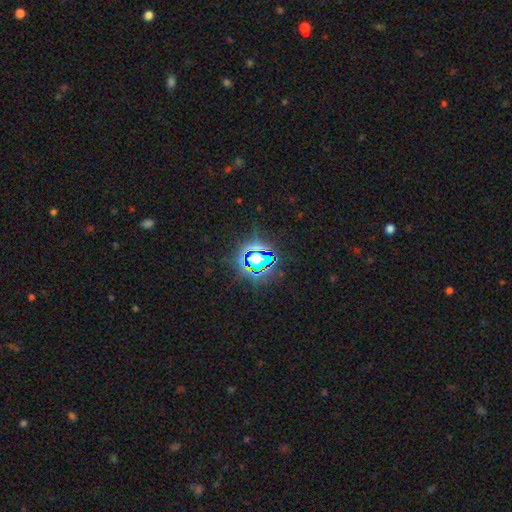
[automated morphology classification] smooth_or_featured: star or artifact (p=0.70) [alt: smooth p=0.19]